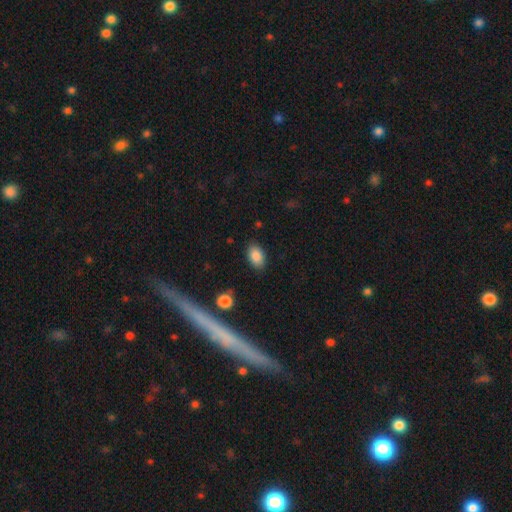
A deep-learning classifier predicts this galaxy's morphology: A smooth galaxy with no disk features (86%) that is in between round and cigar-shaped (88%). Merging: none (85%).